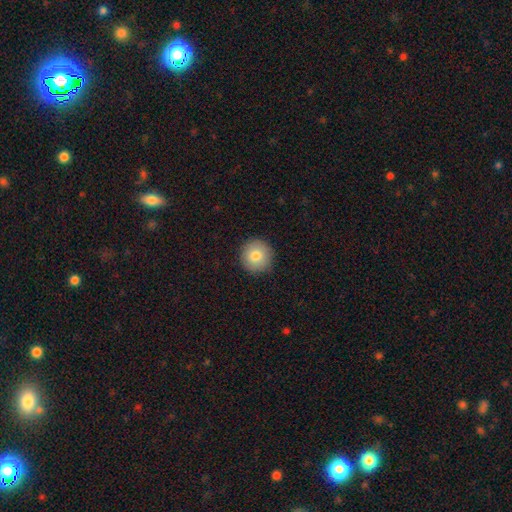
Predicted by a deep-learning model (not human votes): This appears to be a smooth galaxy with no disk features (80%) that is round (94%). Merging: none (90%).